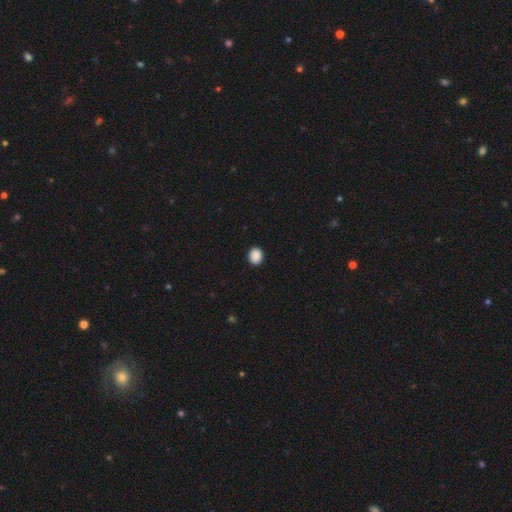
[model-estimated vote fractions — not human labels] Smooth or featured?
  - smooth: 89% *
  - star or artifact: 9%
  - featured or disk: 2%
How rounded?
  - round: 69% *
  - in between: 30%
  - cigar-shaped: 1%
Merging?
  - none: 92% *
  - minor disturbance: 5%
  - major disturbance: 2%
  - merger: 1%